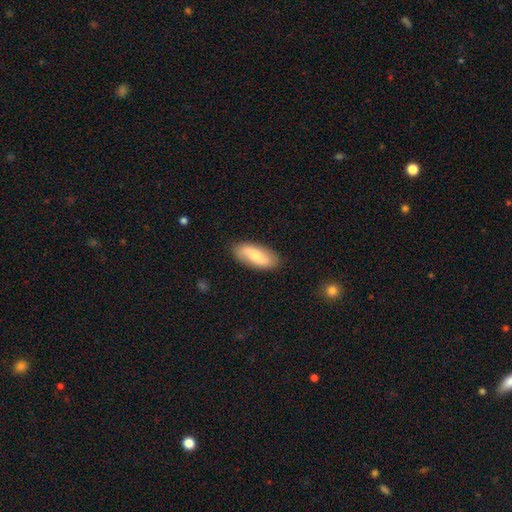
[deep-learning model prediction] Q: Smooth or featured?
A: smooth (55%); runner-up: featured or disk (40%)
Q: How rounded?
A: in between (83%); runner-up: cigar-shaped (14%)
Q: Merging?
A: none (85%); runner-up: minor disturbance (11%)